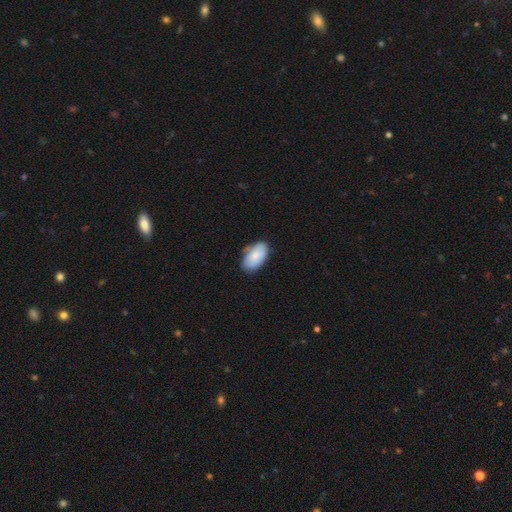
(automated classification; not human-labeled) Smooth or featured? Predicted: smooth (p=0.81). How rounded? Predicted: in between (p=0.95). Merging? Predicted: none (p=0.72).